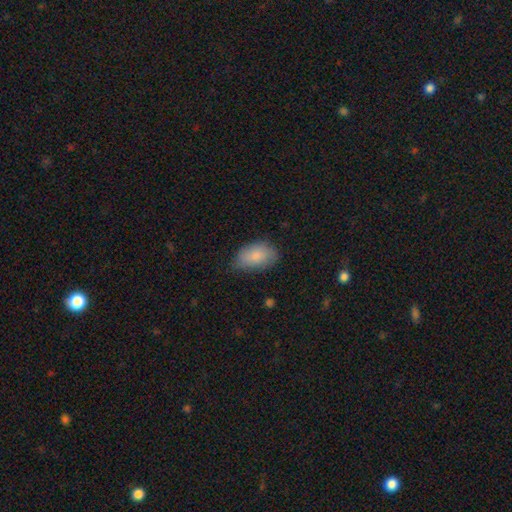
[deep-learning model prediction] Smooth or featured? smooth (84%)
How rounded? in between (91%)
Merging? none (69%)